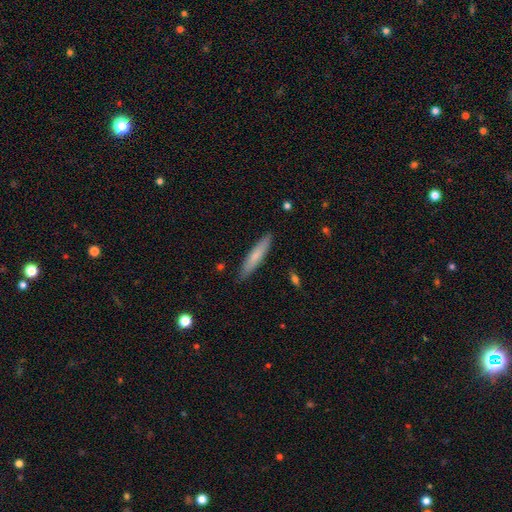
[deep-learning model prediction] Overall: smooth (71%). How rounded: cigar-shaped (90%). Merging: none (88%).